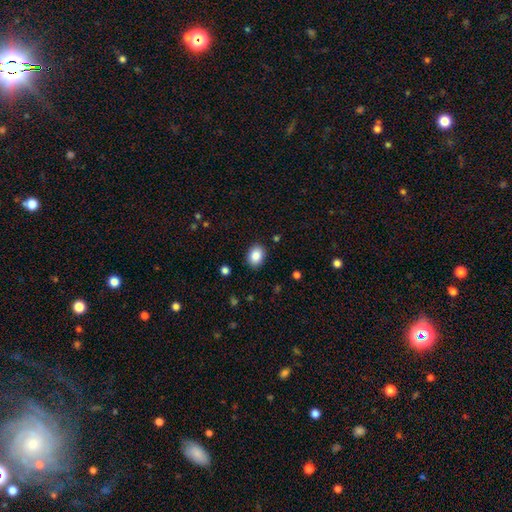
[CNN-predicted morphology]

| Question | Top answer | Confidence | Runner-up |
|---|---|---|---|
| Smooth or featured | smooth | 87% | star or artifact (8%) |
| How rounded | in between | 61% | round (38%) |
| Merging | none | 88% | minor disturbance (8%) |